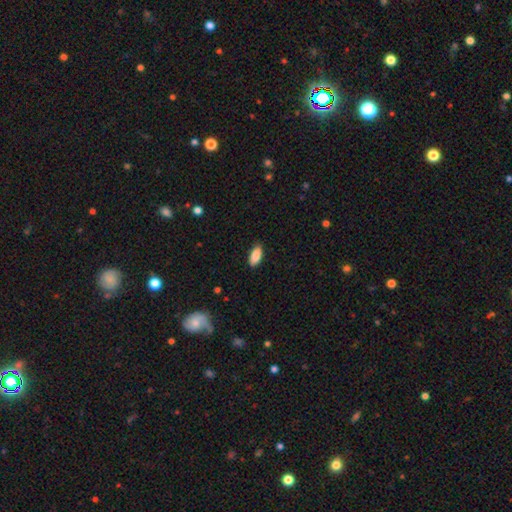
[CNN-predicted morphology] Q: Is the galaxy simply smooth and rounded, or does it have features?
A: smooth — 88%.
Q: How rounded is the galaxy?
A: in between — 87%.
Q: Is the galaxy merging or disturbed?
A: none — 86%.